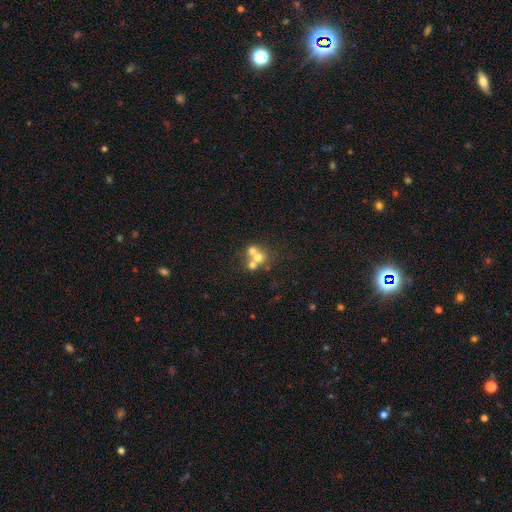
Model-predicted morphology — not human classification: The model was most divided on "merging": merger: 57%, none: 33%, minor disturbance: 6%, major disturbance: 4%. More confident: how rounded — round (82%); smooth or featured — smooth (57%).